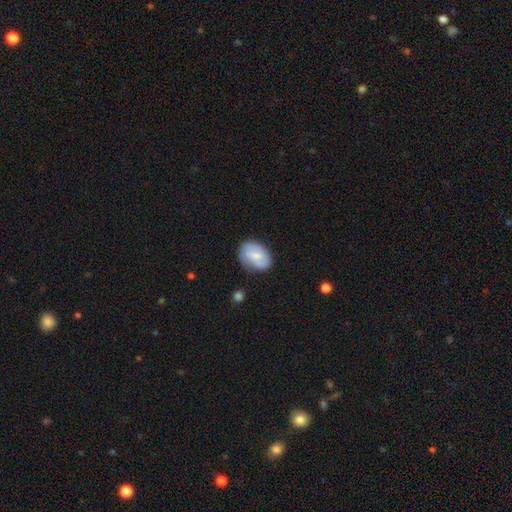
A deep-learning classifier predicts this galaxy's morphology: Smooth or featured? smooth (61%)
How rounded? in between (77%)
Merging? none (70%)